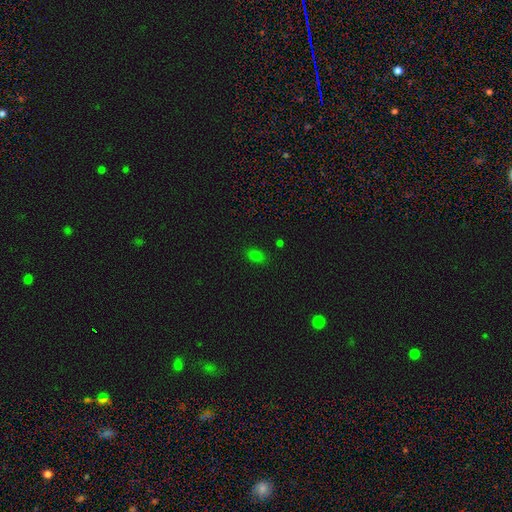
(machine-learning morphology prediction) This appears to be a smooth galaxy with no disk features (77%) that is in between round and cigar-shaped (82%). Merging: none (83%).